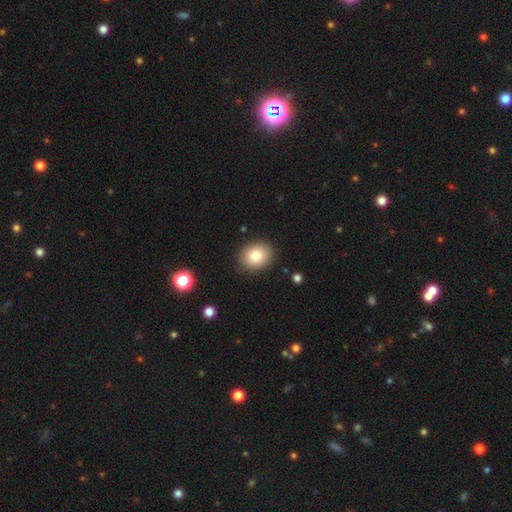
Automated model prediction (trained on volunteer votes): The model was most divided on "how rounded": round: 58%, in between: 41%, cigar-shaped: 1%. More confident: merging — none (87%); smooth or featured — smooth (83%).